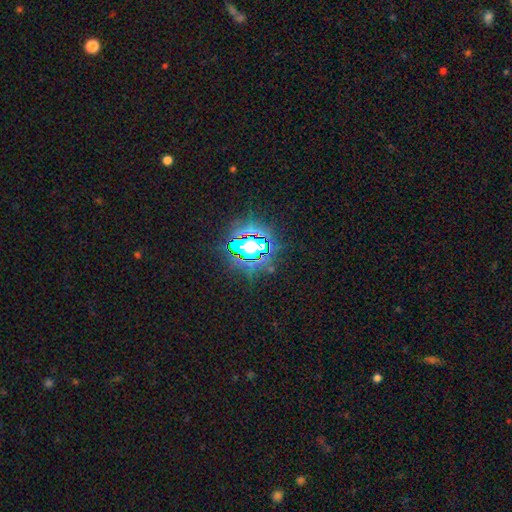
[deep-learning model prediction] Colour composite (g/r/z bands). It shows a star or artifact, not a galaxy (81%).